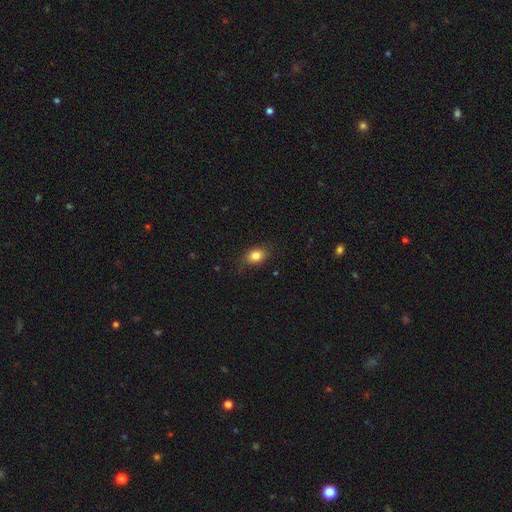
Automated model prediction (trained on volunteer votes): smooth-or-featured: smooth: 83% | star or artifact: 10% | featured or disk: 8%
  how-rounded: in between: 68% | round: 31% | cigar-shaped: 2%
  merging: none: 78% | minor disturbance: 17% | major disturbance: 4% | merger: 1%